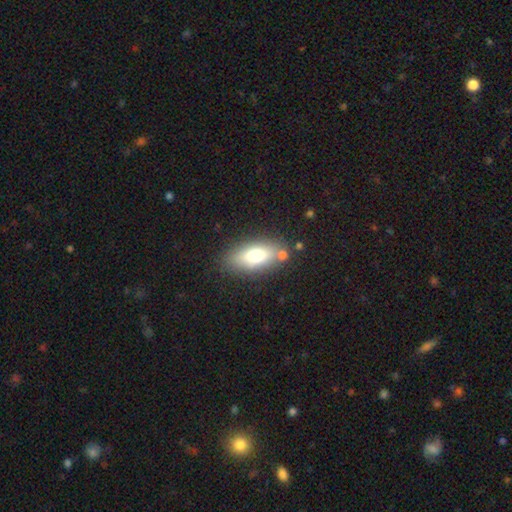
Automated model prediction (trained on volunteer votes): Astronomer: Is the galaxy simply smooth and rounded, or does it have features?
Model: smooth — 76%.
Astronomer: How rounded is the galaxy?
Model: in between — 83%.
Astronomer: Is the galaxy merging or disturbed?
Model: none — 77%.